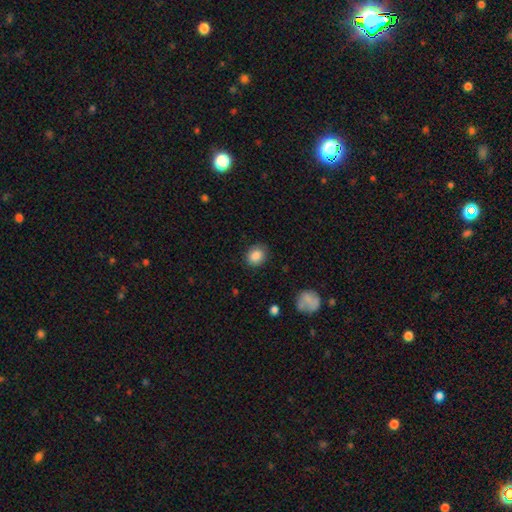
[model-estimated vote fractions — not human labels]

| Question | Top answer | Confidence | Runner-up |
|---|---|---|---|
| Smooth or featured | smooth | 86% | star or artifact (9%) |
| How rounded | round | 60% | in between (39%) |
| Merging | none | 85% | minor disturbance (11%) |